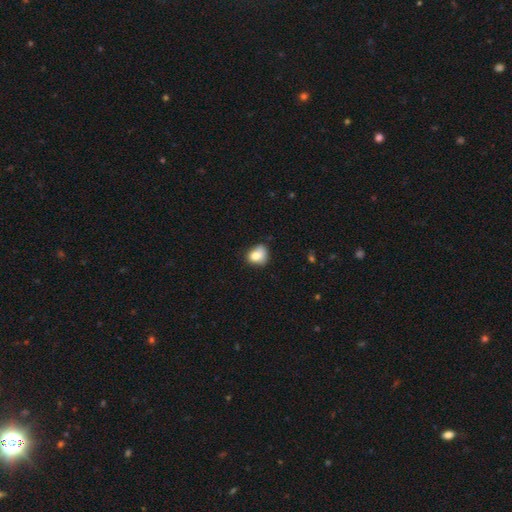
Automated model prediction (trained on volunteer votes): Smooth or featured?
  - smooth: 77% *
  - featured or disk: 12%
  - star or artifact: 10%
How rounded?
  - round: 56% *
  - in between: 43%
  - cigar-shaped: 1%
Merging?
  - none: 47% *
  - minor disturbance: 37%
  - major disturbance: 11%
  - merger: 5%